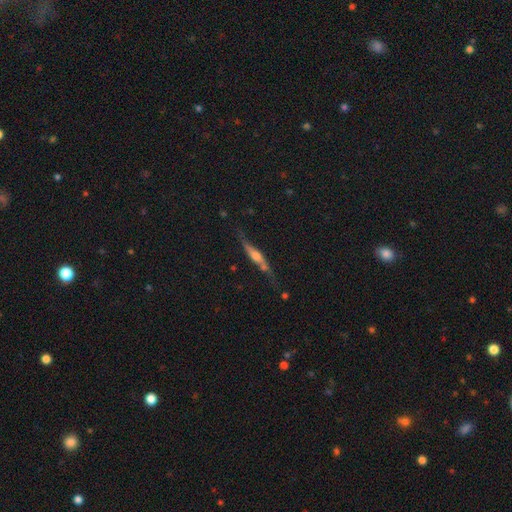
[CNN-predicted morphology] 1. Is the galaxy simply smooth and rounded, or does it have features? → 65% featured or disk, 28% smooth, 7% star or artifact.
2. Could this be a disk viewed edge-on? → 85% yes, 15% no.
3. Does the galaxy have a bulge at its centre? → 78% rounded, 12% boxy, 10% none.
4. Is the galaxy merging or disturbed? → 61% none, 25% minor disturbance, 9% major disturbance, 6% merger.